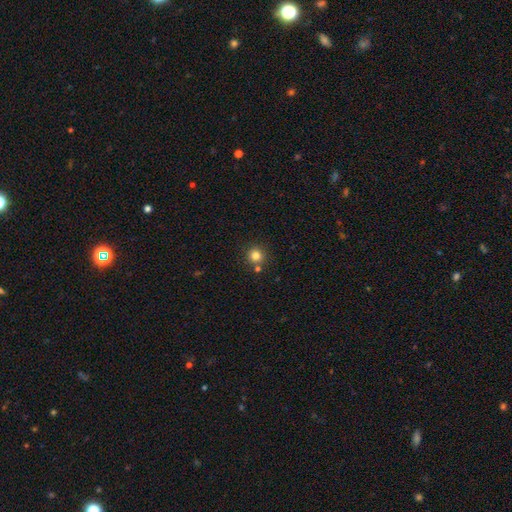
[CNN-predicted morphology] Smooth or featured? smooth (81%)
How rounded? round (94%)
Merging? none (80%)